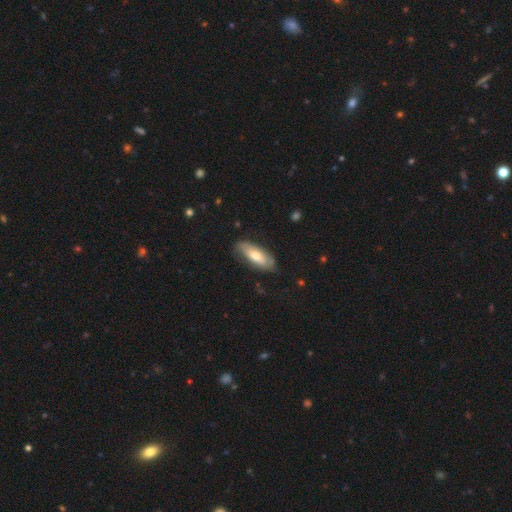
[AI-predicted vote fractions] smooth_or_featured: smooth (p=0.59) [alt: featured or disk p=0.36]
how_rounded: in between (p=0.73) [alt: cigar-shaped p=0.25]
merging: none (p=0.75) [alt: minor disturbance p=0.19]